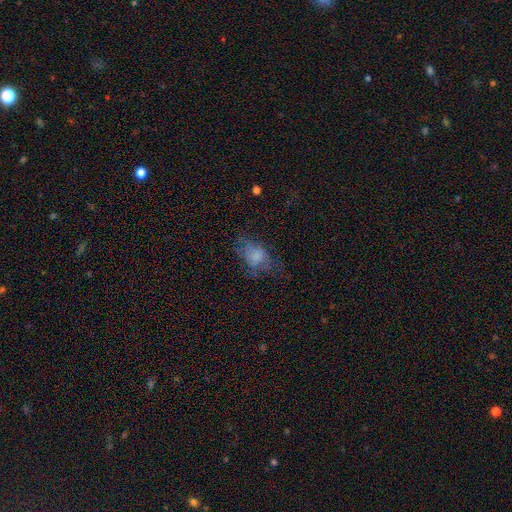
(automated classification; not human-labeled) smooth_or_featured: smooth (p=0.59) [alt: featured or disk p=0.27]
how_rounded: in between (p=0.82) [alt: round p=0.16]
merging: none (p=0.44) [alt: major disturbance p=0.28]